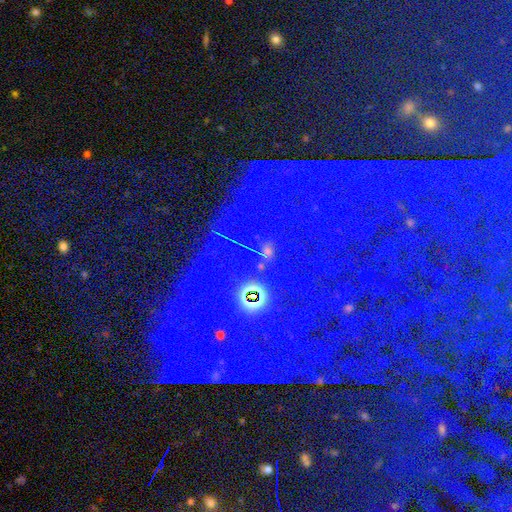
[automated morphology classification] Q: Smooth or featured?
A: star or artifact (83%); runner-up: featured or disk (9%)